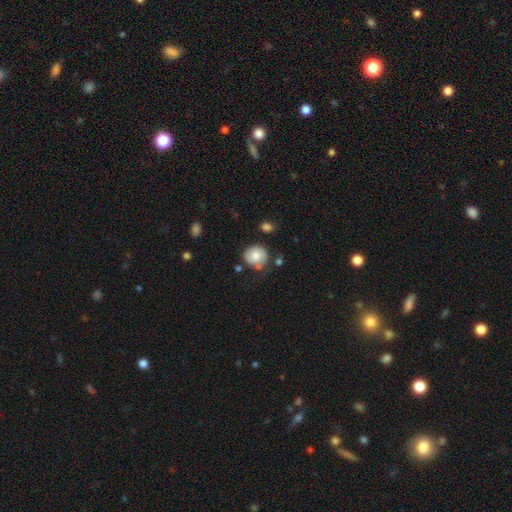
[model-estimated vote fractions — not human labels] Q: Smooth or featured?
A: smooth (58%); runner-up: featured or disk (34%)
Q: How rounded?
A: round (80%); runner-up: in between (19%)
Q: Merging?
A: none (63%); runner-up: minor disturbance (24%)